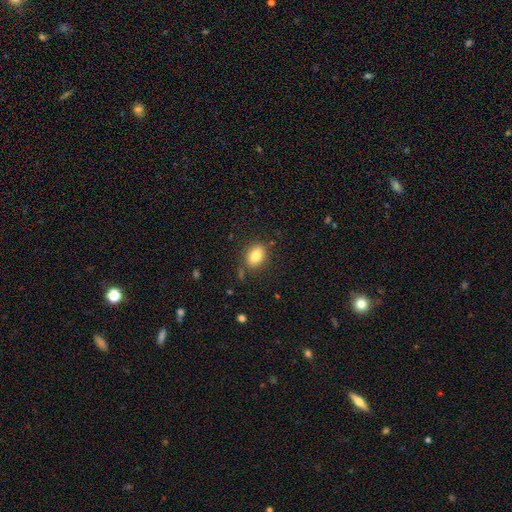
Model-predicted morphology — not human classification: Overall: smooth (84%). How rounded: in between (80%). Merging: none (81%).